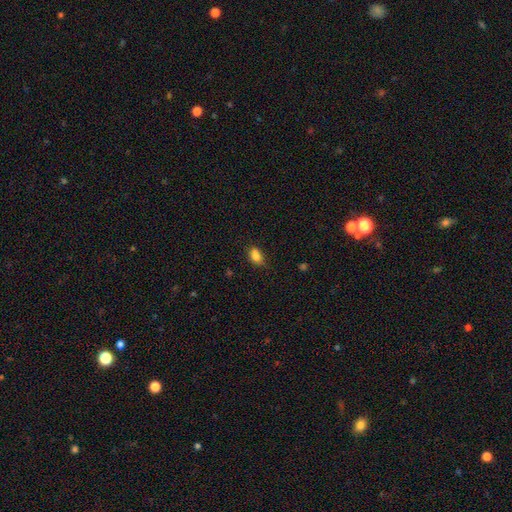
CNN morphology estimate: This appears to be a smooth galaxy with no disk features (83%) that is in between round and cigar-shaped (81%). Merging: none (66%).